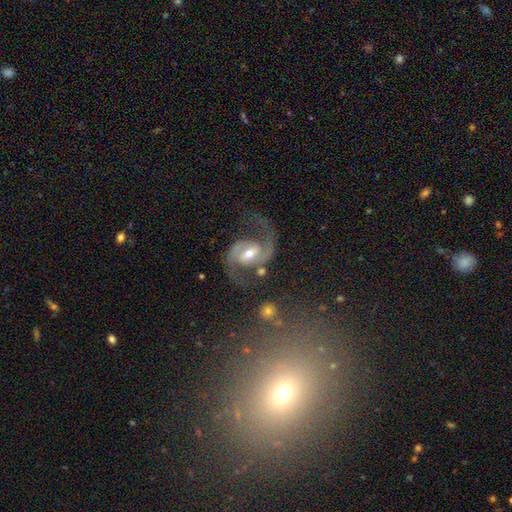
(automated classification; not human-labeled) Smooth or featured: featured or disk — 90% (star or artifact — 5%)
Edge-on disk: no — 98% (yes — 2%)
Bar: weak — 42% (strong — 34%)
Spiral arms: yes — 97% (no — 3%)
Spiral winding: medium — 54% (loose — 33%)
Spiral arm count: 2 — 93% (1 — 2%)
Bulge size: moderate — 61% (small — 32%)
Merging: none — 66% (minor disturbance — 14%)